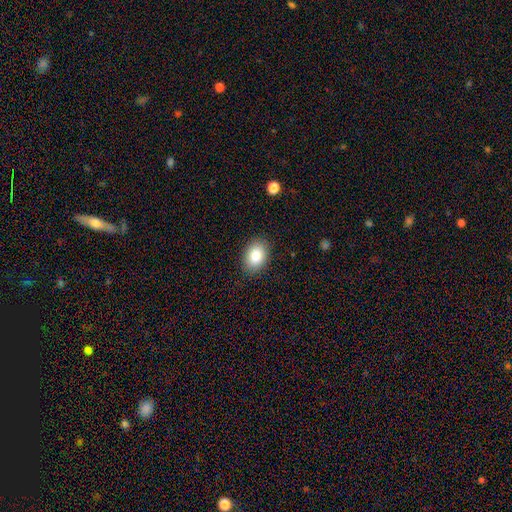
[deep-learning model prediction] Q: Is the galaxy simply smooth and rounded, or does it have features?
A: smooth — 83%.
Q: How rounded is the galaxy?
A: in between — 75%.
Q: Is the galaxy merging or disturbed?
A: none — 88%.